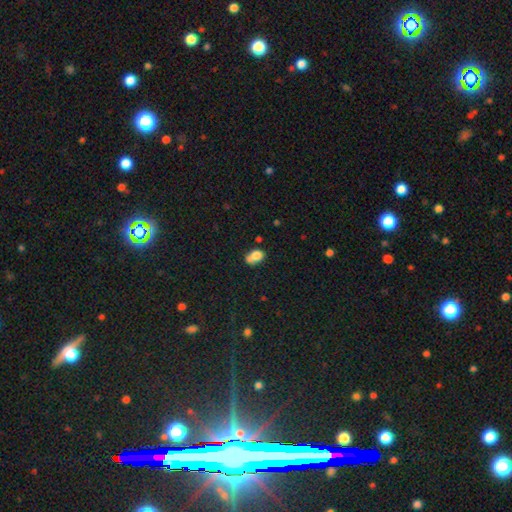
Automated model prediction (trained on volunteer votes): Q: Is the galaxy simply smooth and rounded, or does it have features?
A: smooth — 77%.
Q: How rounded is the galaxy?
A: in between — 67%.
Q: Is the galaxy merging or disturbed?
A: merger — 39%.